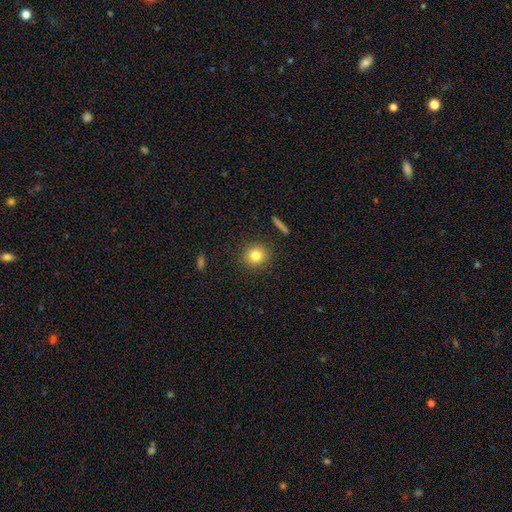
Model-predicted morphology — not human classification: A smooth galaxy with no disk features (81%) that is round (86%).

Vote fractions:
- Smooth or featured? smooth: 81% / star or artifact: 11% / featured or disk: 8%
- How rounded? round: 86% / in between: 12% / cigar-shaped: 1%
- Merging? none: 89% / minor disturbance: 7% / major disturbance: 2% / merger: 2%